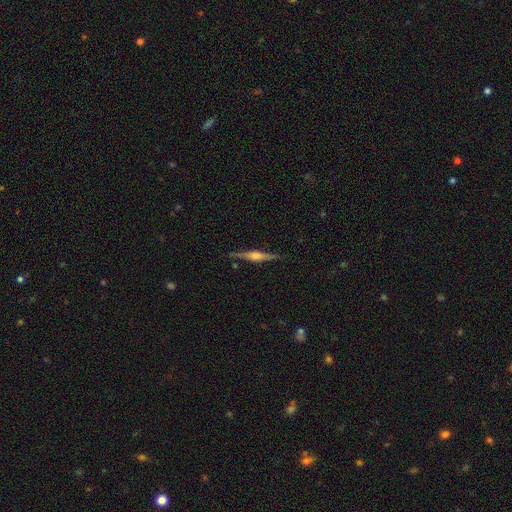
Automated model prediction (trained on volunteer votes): A featured or disk galaxy (80%) viewed edge-on (98%) with a rounded central bulge (76%).

Vote fractions:
- Smooth or featured? featured or disk: 80% / smooth: 14% / star or artifact: 6%
- Edge-on disk? yes: 98% / no: 2%
- Edge-on bulge? rounded: 76% / boxy: 19% / none: 5%
- Merging? none: 89% / minor disturbance: 8% / major disturbance: 2% / merger: 1%